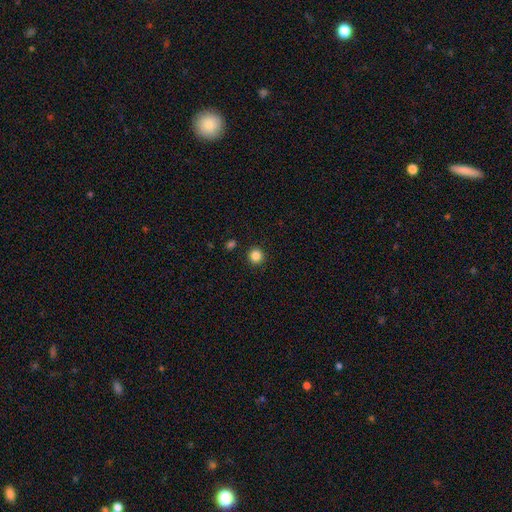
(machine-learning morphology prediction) smooth-or-featured: smooth: 85% | star or artifact: 11% | featured or disk: 3%
  how-rounded: round: 94% | in between: 5% | cigar-shaped: 1%
  merging: none: 92% | minor disturbance: 5% | merger: 2% | major disturbance: 2%